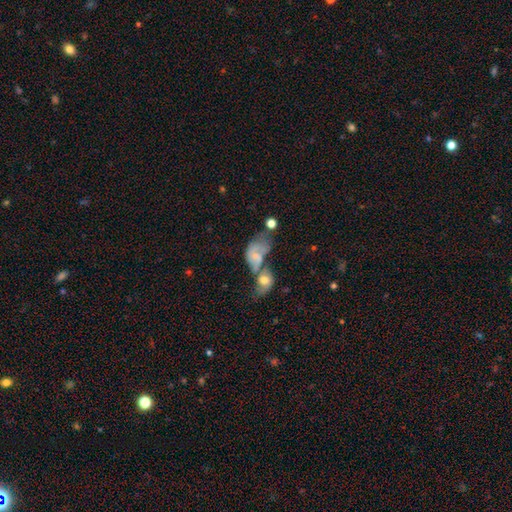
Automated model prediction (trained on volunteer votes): Q: Smooth or featured?
A: smooth (52%); runner-up: featured or disk (38%)
Q: How rounded?
A: in between (81%); runner-up: round (17%)
Q: Merging?
A: merger (64%); runner-up: major disturbance (16%)